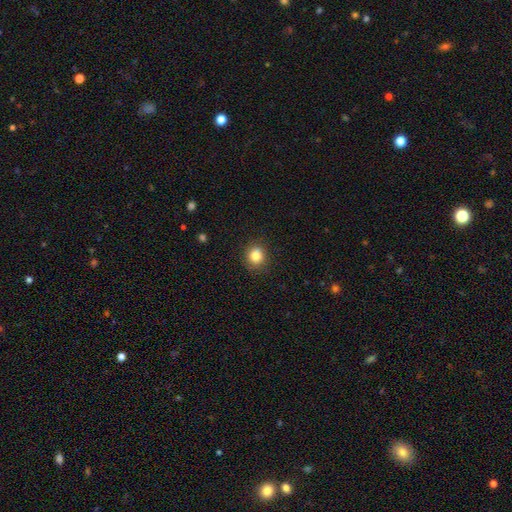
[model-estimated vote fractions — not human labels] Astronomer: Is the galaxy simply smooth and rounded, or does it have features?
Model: smooth — 84%.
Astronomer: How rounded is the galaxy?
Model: round — 81%.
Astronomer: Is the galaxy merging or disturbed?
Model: none — 88%.